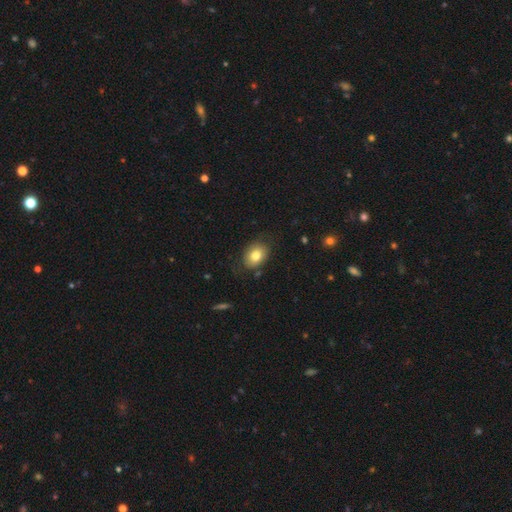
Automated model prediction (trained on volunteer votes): Overall: smooth (80%). How rounded: in between (68%; round 31%). Merging: none (79%).